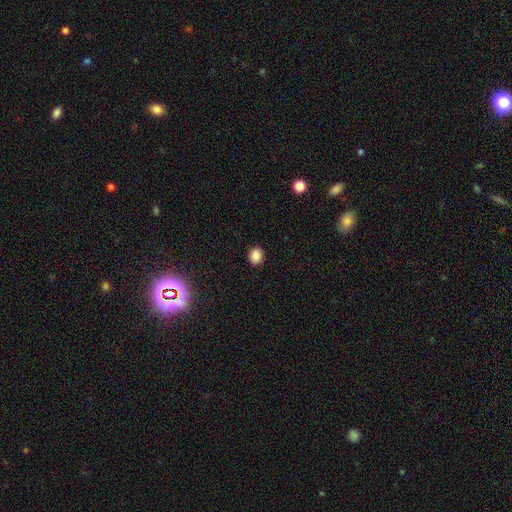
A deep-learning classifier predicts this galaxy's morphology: smooth_or_featured: smooth (p=0.86) [alt: star or artifact p=0.11]
how_rounded: round (p=0.69) [alt: in between p=0.30]
merging: none (p=0.90) [alt: minor disturbance p=0.07]